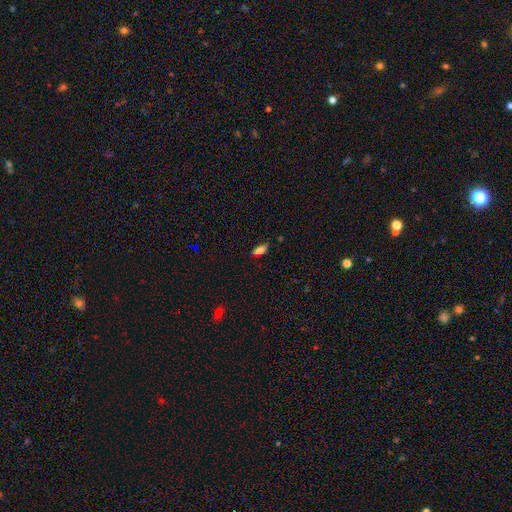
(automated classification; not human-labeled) smooth 81%, star or artifact 11%, featured or disk 8%. Down the decision tree: how rounded — in between (83%); merging — none (69%).